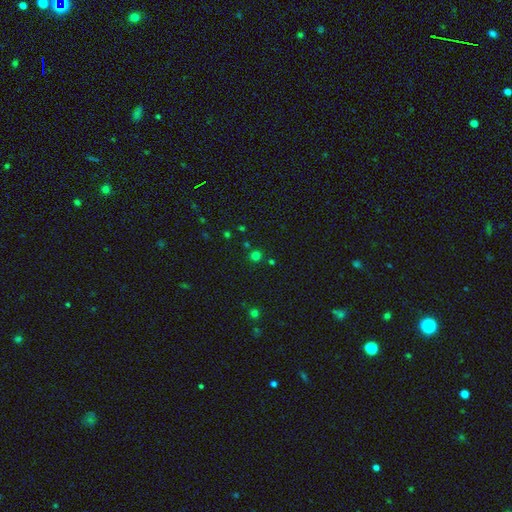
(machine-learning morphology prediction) smooth 67%, star or artifact 28%, featured or disk 5%. Down the decision tree: how rounded — round (92%); merging — none (83%).